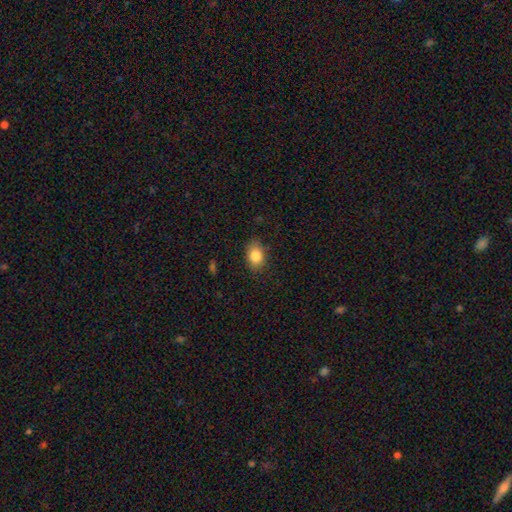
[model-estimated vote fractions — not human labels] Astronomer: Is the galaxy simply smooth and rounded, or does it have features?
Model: smooth — 84%.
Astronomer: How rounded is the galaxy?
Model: in between — 77%.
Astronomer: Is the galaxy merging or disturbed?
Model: none — 83%.